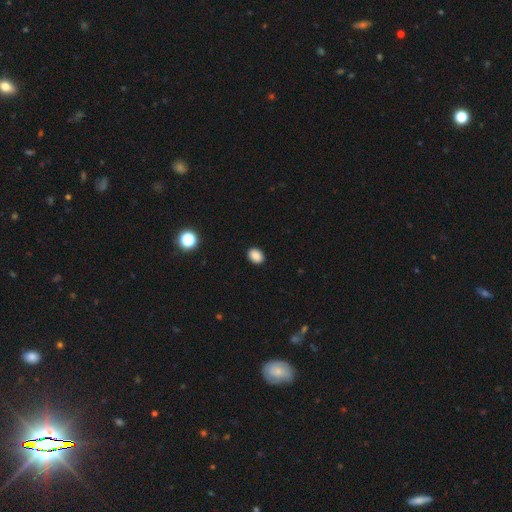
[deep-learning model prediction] smooth_or_featured: smooth (p=0.87) [alt: star or artifact p=0.10]
how_rounded: in between (p=0.63) [alt: round p=0.36]
merging: none (p=0.90) [alt: minor disturbance p=0.07]